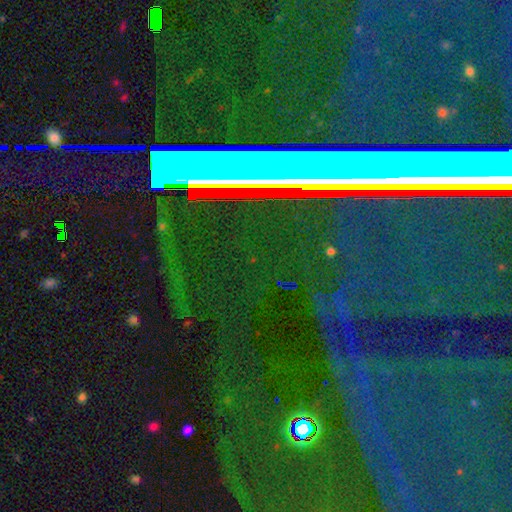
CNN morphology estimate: star or artifact 75%, featured or disk 15%, smooth 10%.